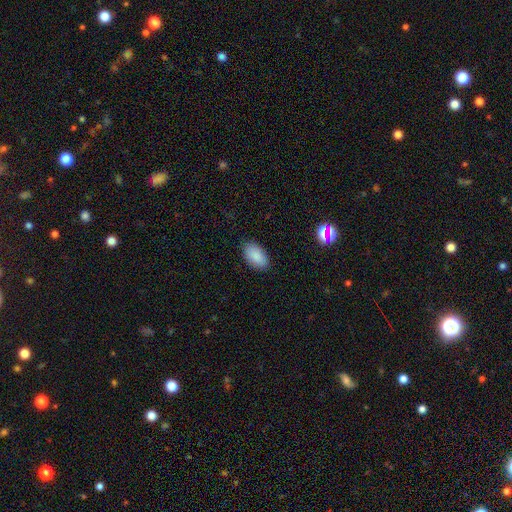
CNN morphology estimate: The model was most divided on "merging": none: 85%, minor disturbance: 11%, major disturbance: 2%, merger: 1%. More confident: how rounded — in between (94%); smooth or featured — smooth (87%).